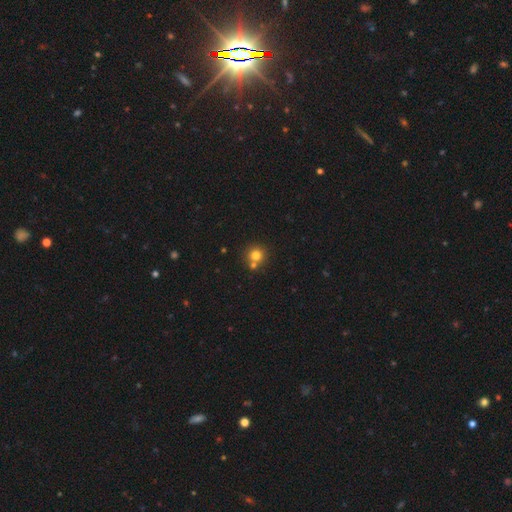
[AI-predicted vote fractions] A smooth galaxy with no disk features (78%) that is round (92%). Merging: none (65%).